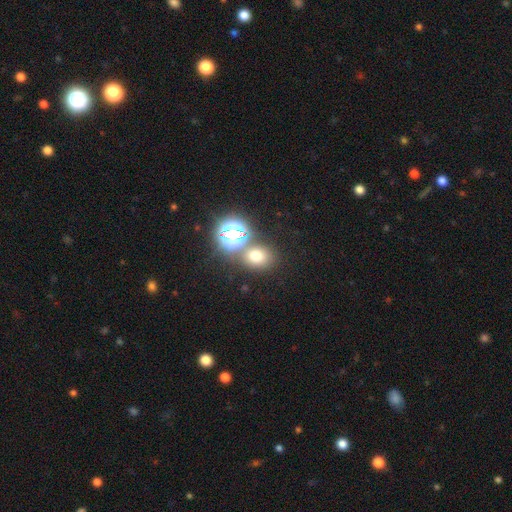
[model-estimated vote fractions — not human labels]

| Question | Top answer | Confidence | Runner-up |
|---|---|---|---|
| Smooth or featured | smooth | 63% | star or artifact (27%) |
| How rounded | round | 57% | in between (42%) |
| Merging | none | 66% | merger (20%) |